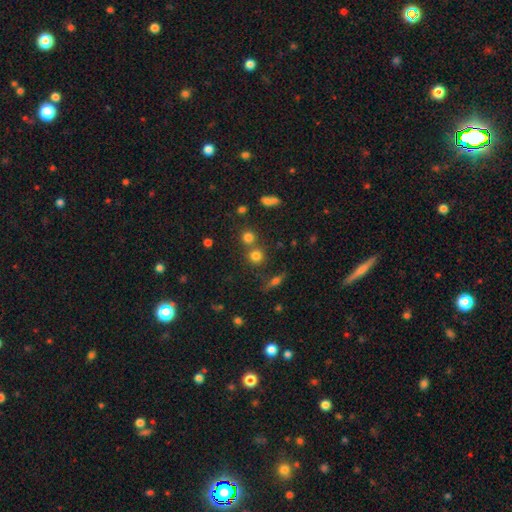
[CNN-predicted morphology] Q: Smooth or featured?
A: smooth (74%); runner-up: star or artifact (17%)
Q: How rounded?
A: round (90%); runner-up: in between (8%)
Q: Merging?
A: none (67%); runner-up: merger (23%)